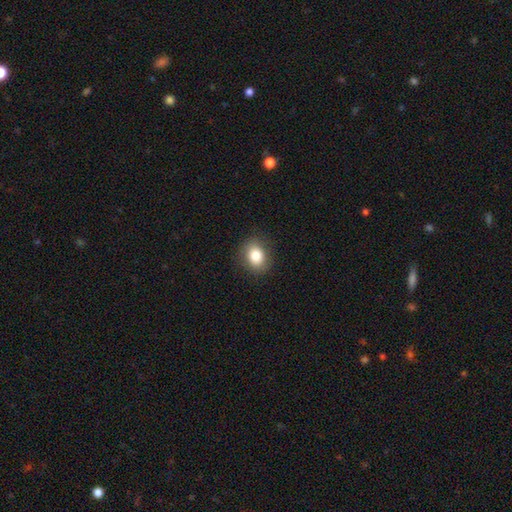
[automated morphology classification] Smooth or featured? Predicted: smooth (p=0.82). How rounded? Predicted: in between (p=0.50). Merging? Predicted: none (p=0.88).